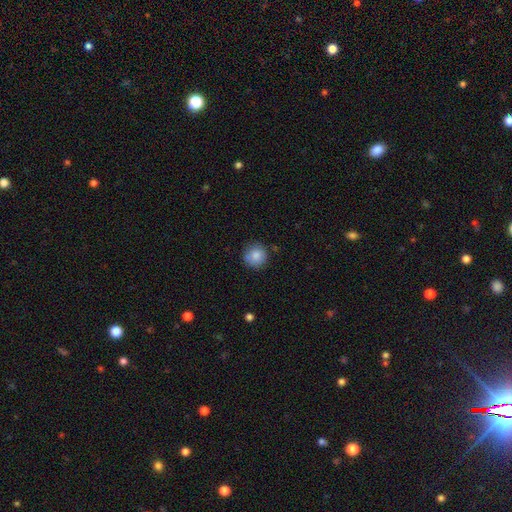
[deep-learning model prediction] smooth_or_featured: smooth (p=0.84) [alt: star or artifact p=0.09]
how_rounded: round (p=0.92) [alt: in between p=0.07]
merging: none (p=0.78) [alt: minor disturbance p=0.15]